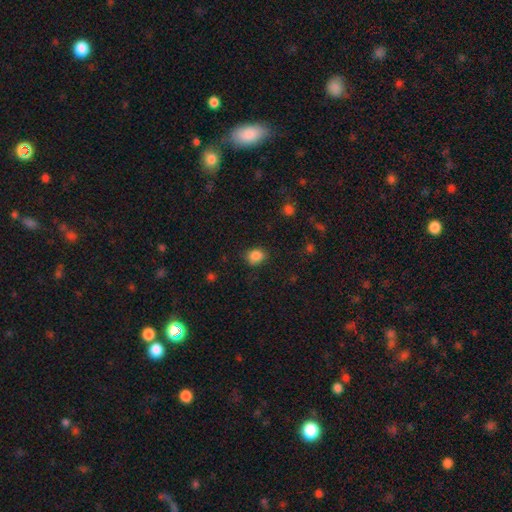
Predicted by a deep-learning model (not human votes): Q: Smooth or featured?
A: smooth (86%); runner-up: star or artifact (10%)
Q: How rounded?
A: in between (52%); runner-up: round (47%)
Q: Merging?
A: none (81%); runner-up: minor disturbance (14%)